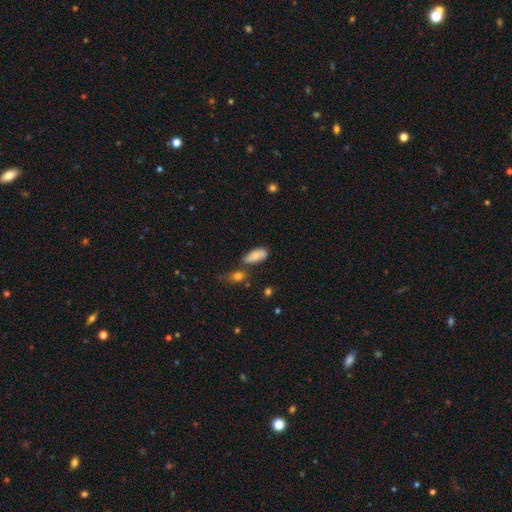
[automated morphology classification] smooth-or-featured: smooth: 78% | featured or disk: 14% | star or artifact: 8%
  how-rounded: in between: 87% | cigar-shaped: 10% | round: 4%
  merging: none: 56% | minor disturbance: 24% | merger: 14% | major disturbance: 7%